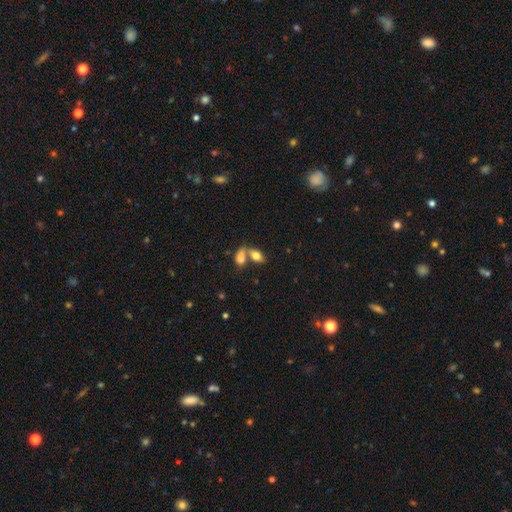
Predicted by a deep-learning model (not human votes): Morphology: type=smooth (78%); roundness=in between (87%); merging=merger (51%).